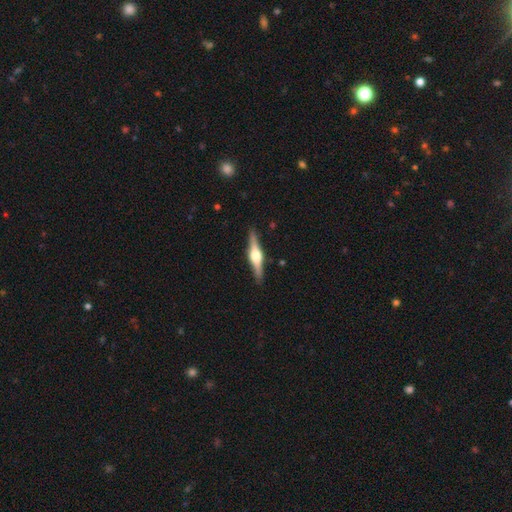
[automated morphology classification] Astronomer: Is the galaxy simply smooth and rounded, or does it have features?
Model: featured or disk — 79%.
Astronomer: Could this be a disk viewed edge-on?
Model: yes — 98%.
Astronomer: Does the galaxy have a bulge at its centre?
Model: rounded — 93%.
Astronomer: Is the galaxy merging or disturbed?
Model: none — 90%.